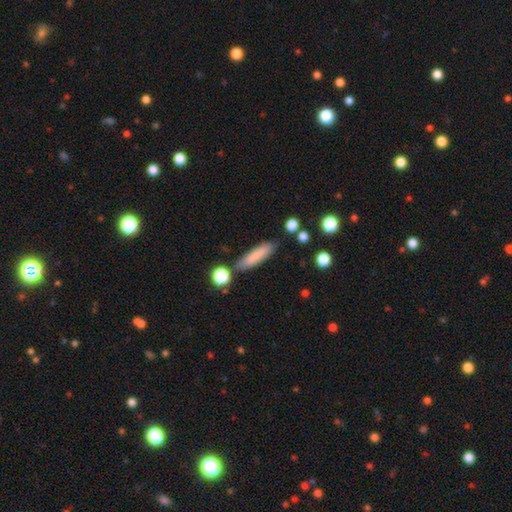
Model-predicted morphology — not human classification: Smooth or featured: smooth — 81% (featured or disk — 11%)
How rounded: cigar-shaped — 72% (in between — 26%)
Merging: none — 80% (minor disturbance — 12%)